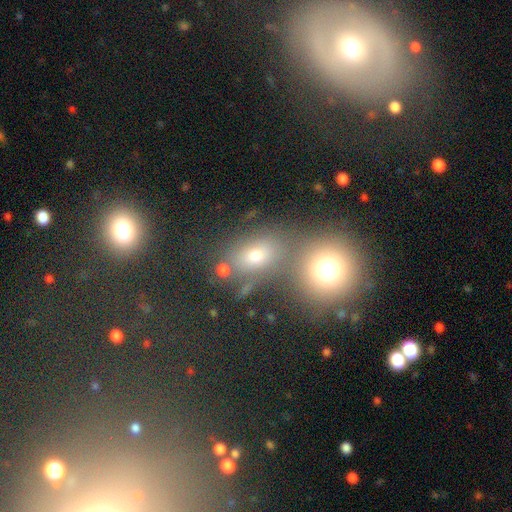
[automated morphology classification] Overall: smooth (57%; star or artifact 27%). How rounded: round (52%; in between 45%). Merging: none (53%; merger 32%).